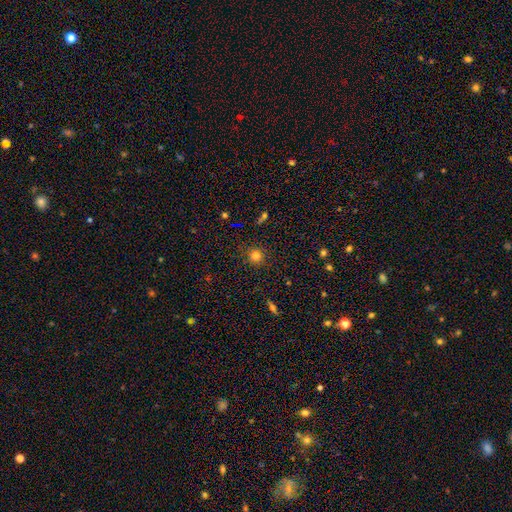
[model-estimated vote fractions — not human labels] smooth-or-featured: smooth: 79% | star or artifact: 15% | featured or disk: 6%
  how-rounded: round: 93% | in between: 6% | cigar-shaped: 1%
  merging: none: 88% | minor disturbance: 7% | major disturbance: 3% | merger: 2%